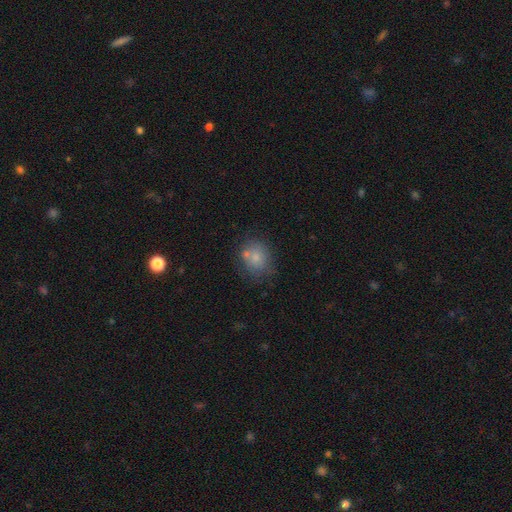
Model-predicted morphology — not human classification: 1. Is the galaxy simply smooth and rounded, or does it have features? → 70% smooth, 15% star or artifact, 15% featured or disk.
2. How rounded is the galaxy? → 64% round, 35% in between, 1% cigar-shaped.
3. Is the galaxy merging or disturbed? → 65% none, 16% minor disturbance, 14% merger, 6% major disturbance.